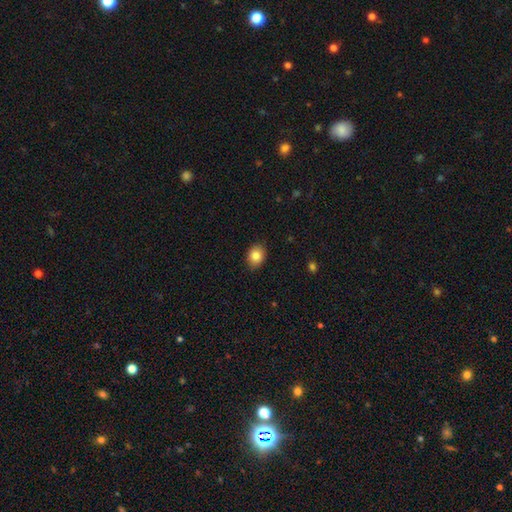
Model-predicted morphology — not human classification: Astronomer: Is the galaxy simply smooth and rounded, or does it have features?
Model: smooth — 86%.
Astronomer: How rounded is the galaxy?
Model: in between — 56% (runner-up: round, 44%).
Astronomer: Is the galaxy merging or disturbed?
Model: none — 88%.